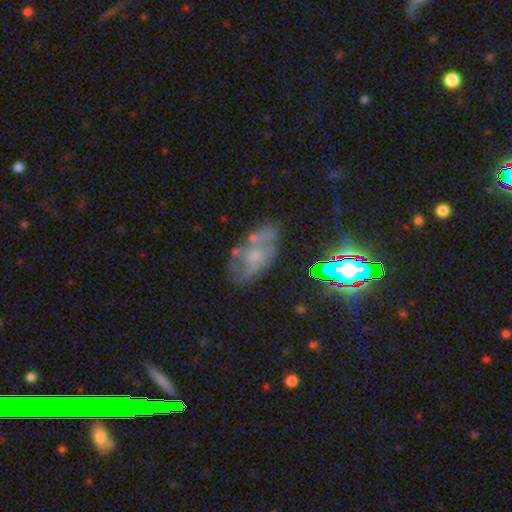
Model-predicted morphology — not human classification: The model was most divided on "bulge size": small: 38%, moderate: 34%, none: 20%, large: 5%, dominant: 2%. More confident: edge-on disk — no (91%); bar — no (74%); spiral arms — yes (59%); merging — none (57%); smooth or featured — featured or disk (55%).